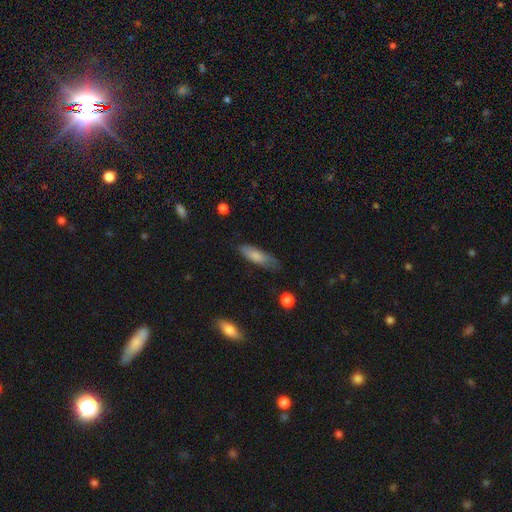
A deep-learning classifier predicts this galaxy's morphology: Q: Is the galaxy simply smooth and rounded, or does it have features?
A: smooth — 78%.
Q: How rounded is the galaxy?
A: in between — 50%.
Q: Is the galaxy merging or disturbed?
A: none — 59%.